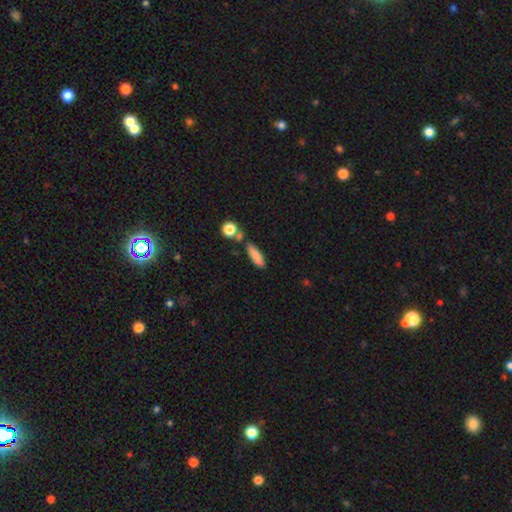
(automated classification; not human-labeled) This is clearly a smooth galaxy (81%). How rounded: possibly in between (53%). Merging: likely none (65%).